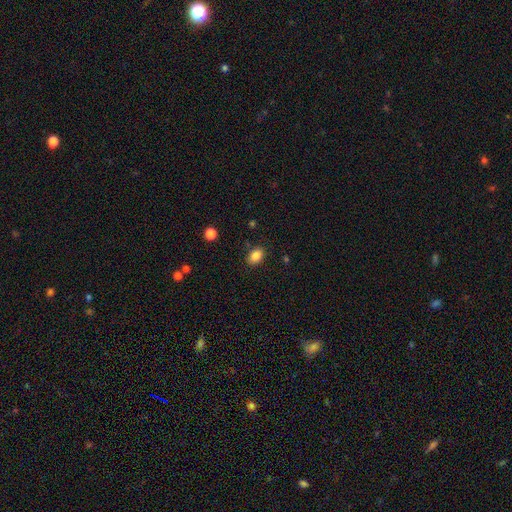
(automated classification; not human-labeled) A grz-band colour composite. It shows a smooth galaxy with no disk features (86%) that is in between round and cigar-shaped (74%). Merging: none (85%).